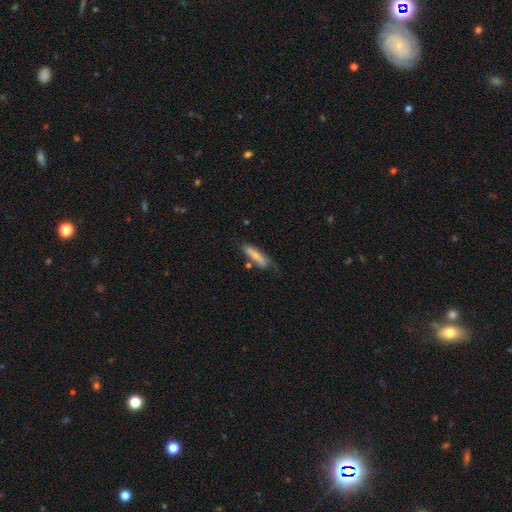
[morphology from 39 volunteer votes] Smooth or featured?
  - smooth: 77% *
  - featured or disk: 18%
  - star or artifact: 5%
How rounded?
  - cigar-shaped: 73% *
  - in between: 27%
  - round: 0%
Merging?
  - none: 65% *
  - major disturbance: 22%
  - minor disturbance: 14%
  - merger: 0%